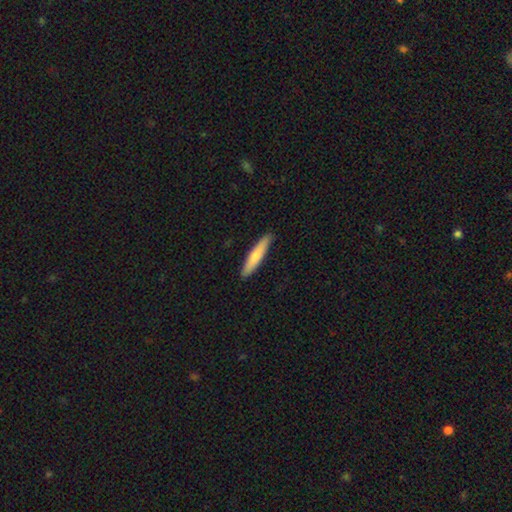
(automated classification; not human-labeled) This appears to be a smooth galaxy with no disk features (72%) that is cigar-shaped (90%). Merging: none (91%).